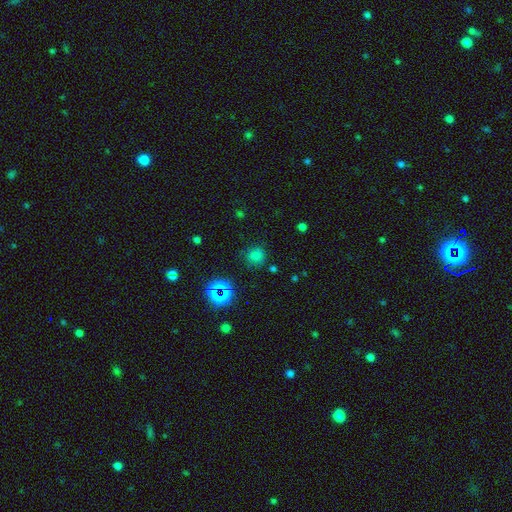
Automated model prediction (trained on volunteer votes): A smooth galaxy with no disk features (66%) that is round (86%).

Vote fractions:
- Smooth or featured? smooth: 66% / star or artifact: 29% / featured or disk: 6%
- How rounded? round: 86% / in between: 13% / cigar-shaped: 1%
- Merging? none: 78% / minor disturbance: 14% / major disturbance: 5% / merger: 3%